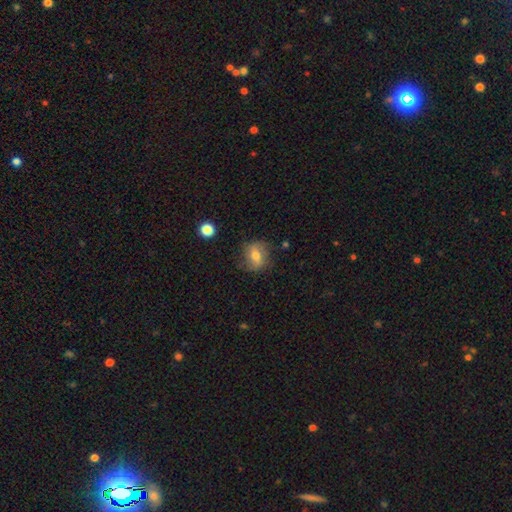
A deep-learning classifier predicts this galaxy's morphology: This appears to be a smooth galaxy with no disk features (62%) that is round (54%). Merging: none (73%).